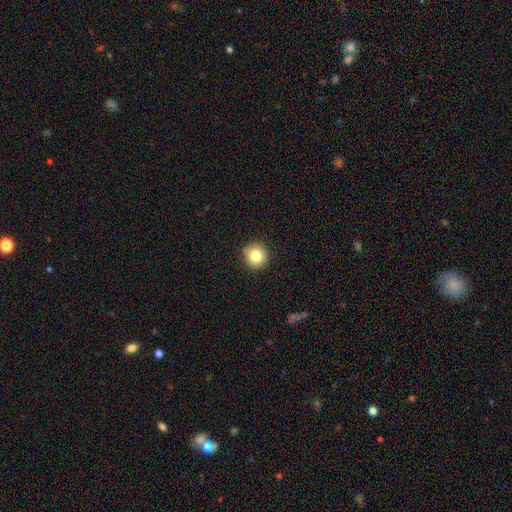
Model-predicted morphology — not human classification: Smooth or featured? Predicted: smooth (p=0.83). How rounded? Predicted: round (p=0.94). Merging? Predicted: none (p=0.88).